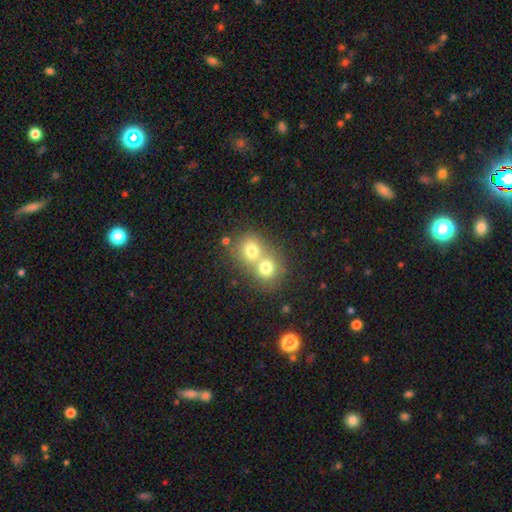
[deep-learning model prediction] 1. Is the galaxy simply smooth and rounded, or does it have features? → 68% smooth, 17% featured or disk, 15% star or artifact.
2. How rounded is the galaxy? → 77% round, 22% in between, 1% cigar-shaped.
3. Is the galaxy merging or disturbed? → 63% merger, 30% none, 4% minor disturbance, 2% major disturbance.